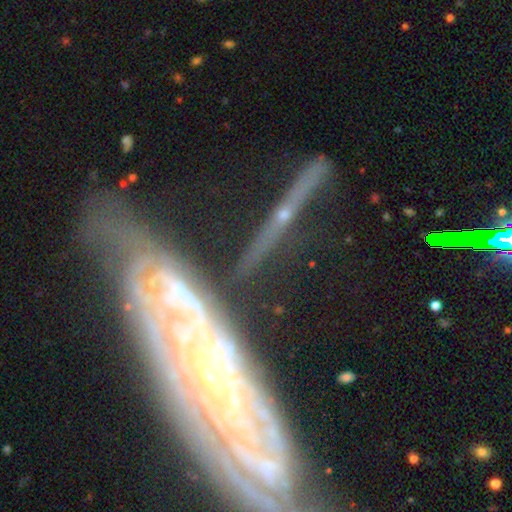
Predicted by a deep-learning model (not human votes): smooth-or-featured: featured or disk: 67% | star or artifact: 19% | smooth: 15%
  disk-edge-on: yes: 70% | no: 30%
  merging: none: 66% | minor disturbance: 16% | major disturbance: 9% | merger: 8%